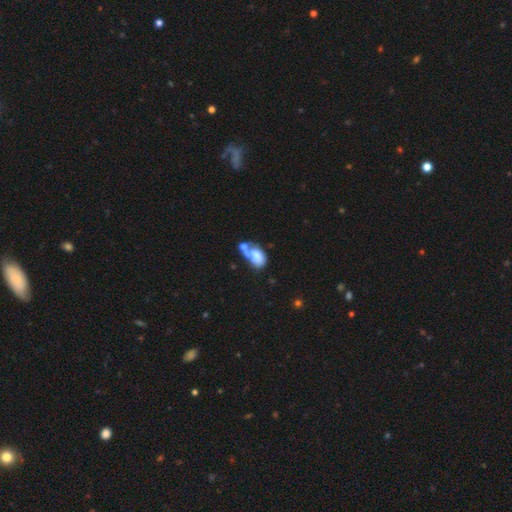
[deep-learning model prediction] Morphology: type=smooth (60%); roundness=in between (87%); merging=merger (56%).